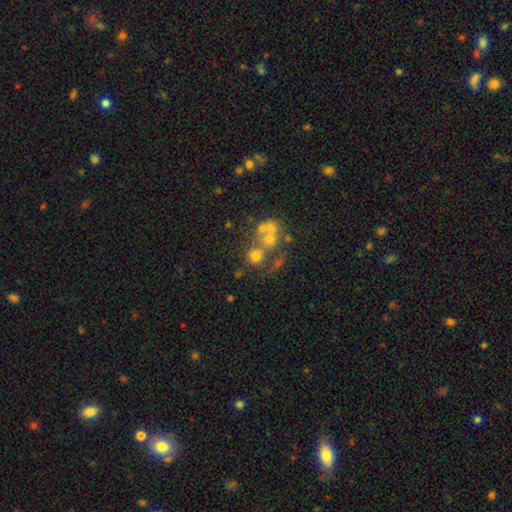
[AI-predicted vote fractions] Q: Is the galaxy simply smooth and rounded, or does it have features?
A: smooth — 50%.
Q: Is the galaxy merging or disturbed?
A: merger — 45%.